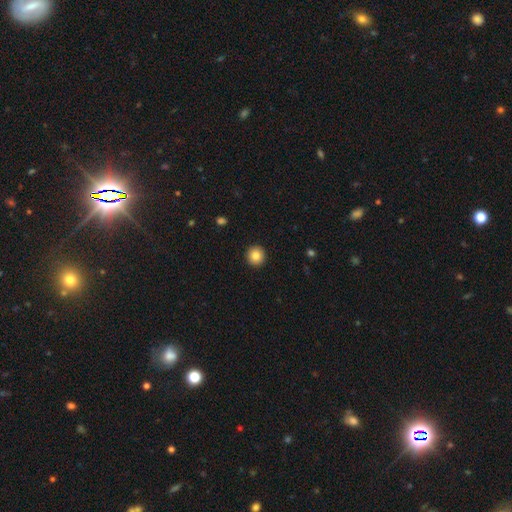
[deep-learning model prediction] Overall: smooth (85%). How rounded: round (93%). Merging: none (93%).